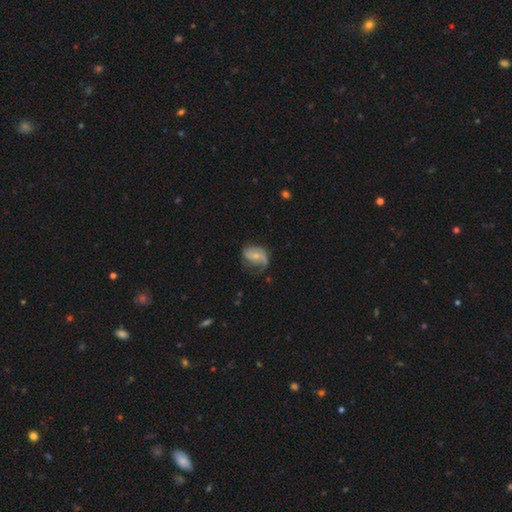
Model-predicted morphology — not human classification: smooth-or-featured: featured or disk: 67% | smooth: 27% | star or artifact: 7%
  disk-edge-on: no: 97% | yes: 3%
    bar: no: 51% | weak: 37% | strong: 12%
    has-spiral-arms: yes: 88% | no: 12%
      spiral-winding: medium: 40% | loose: 35% | tight: 24%
      spiral-arm-count: 2: 50% | 1: 29% | can't tell: 14% | 3: 5% | 4: 1% | more than 4: 1%
    bulge-size: small: 56% | moderate: 36% | none: 5% | large: 2% | dominant: 1%
  merging: none: 45% | minor disturbance: 29% | major disturbance: 24% | merger: 2%